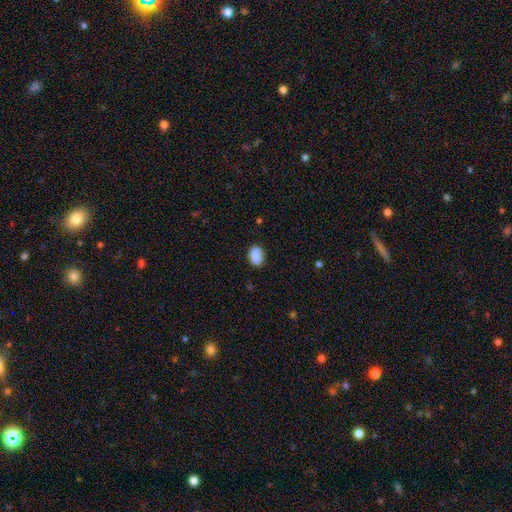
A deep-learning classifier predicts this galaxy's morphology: Smooth or featured?
  - smooth: 87% *
  - star or artifact: 8%
  - featured or disk: 5%
How rounded?
  - in between: 82% *
  - round: 16%
  - cigar-shaped: 2%
Merging?
  - none: 79% *
  - minor disturbance: 15%
  - major disturbance: 3%
  - merger: 3%